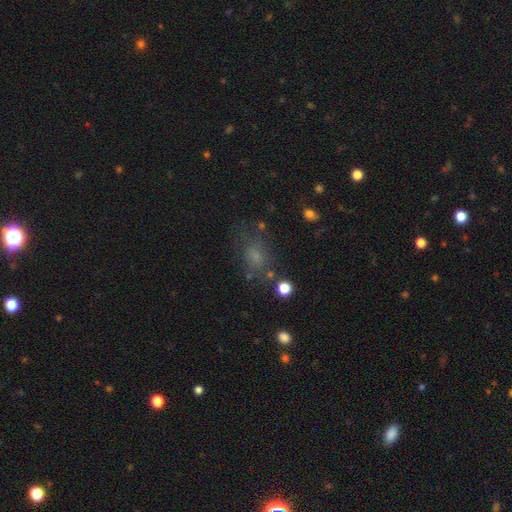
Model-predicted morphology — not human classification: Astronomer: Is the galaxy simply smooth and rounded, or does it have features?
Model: smooth — 59%.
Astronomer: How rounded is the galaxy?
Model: in between — 68%.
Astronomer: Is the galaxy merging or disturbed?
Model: none — 59%.